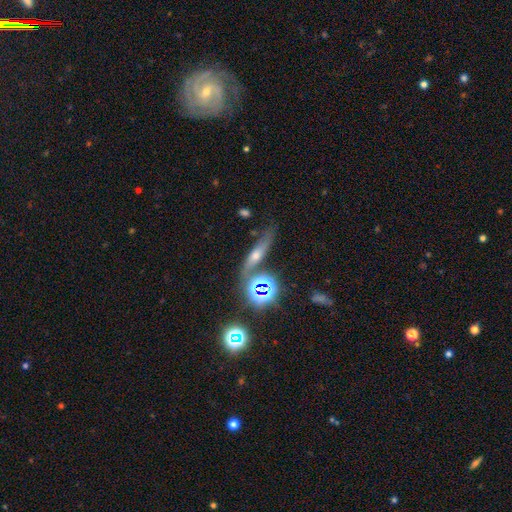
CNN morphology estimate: This appears to be a featured or disk galaxy (38%). Merging: none (66%).